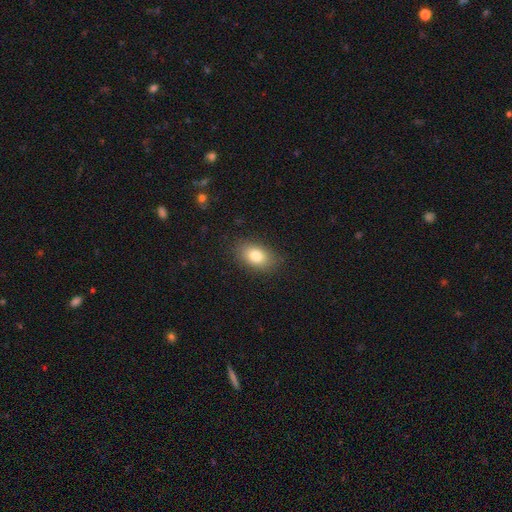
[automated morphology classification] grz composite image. It shows a smooth galaxy with no disk features (81%) that is in between round and cigar-shaped (87%). Merging: none (86%).